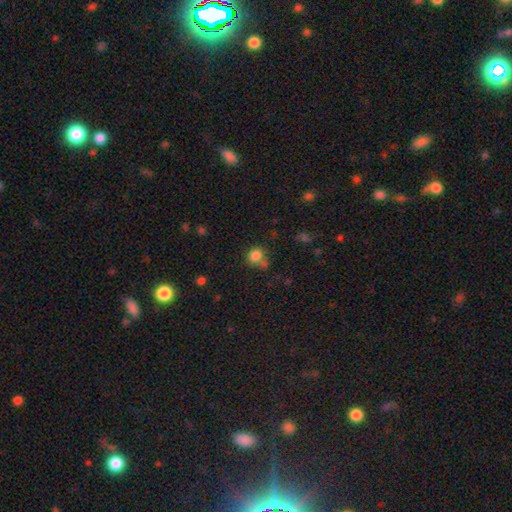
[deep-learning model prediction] smooth_or_featured: smooth (p=0.82) [alt: star or artifact p=0.12]
how_rounded: round (p=0.75) [alt: in between p=0.24]
merging: none (p=0.56) [alt: merger p=0.21]